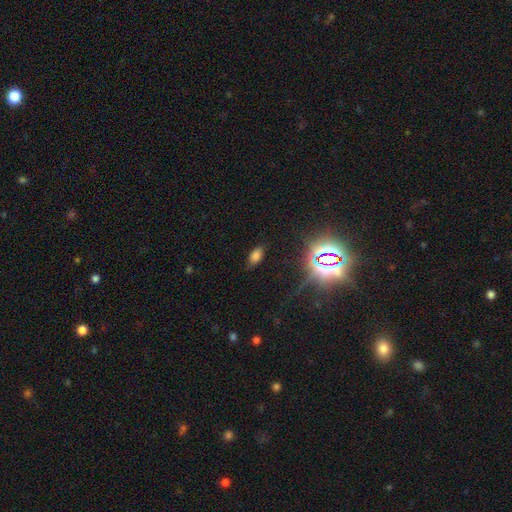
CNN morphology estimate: The model was most divided on "smooth or featured": smooth: 69%, star or artifact: 23%, featured or disk: 8%. More confident: how rounded — in between (90%); merging — none (81%).